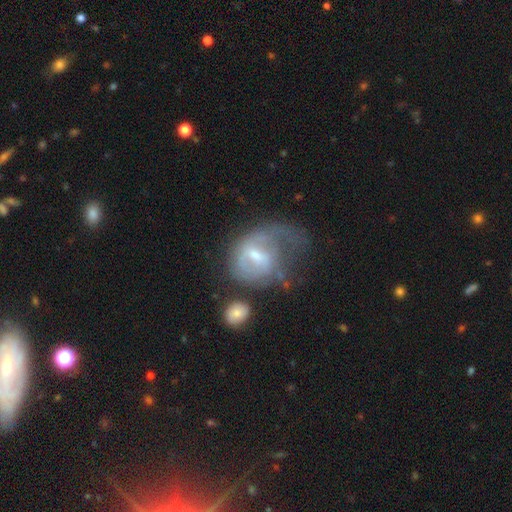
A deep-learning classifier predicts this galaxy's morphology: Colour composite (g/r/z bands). It shows a featured or disk galaxy (64%) with a weak bar (54%), spiral arms (63%) and a moderate central bulge (45%). Merging: major disturbance (48%).